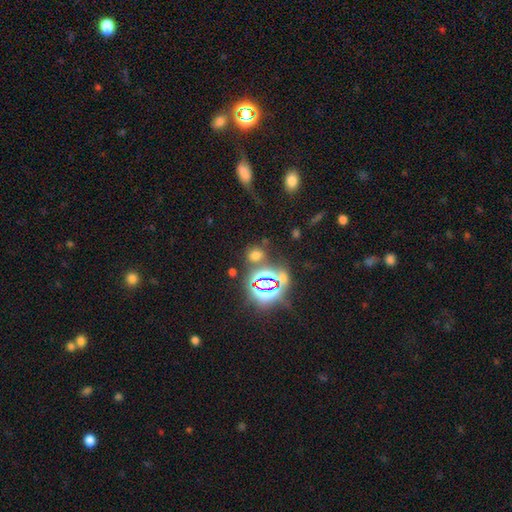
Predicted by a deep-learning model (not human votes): The model was most divided on "smooth or featured": smooth: 50%, star or artifact: 44%, featured or disk: 7%. More confident: merging — none (74%).